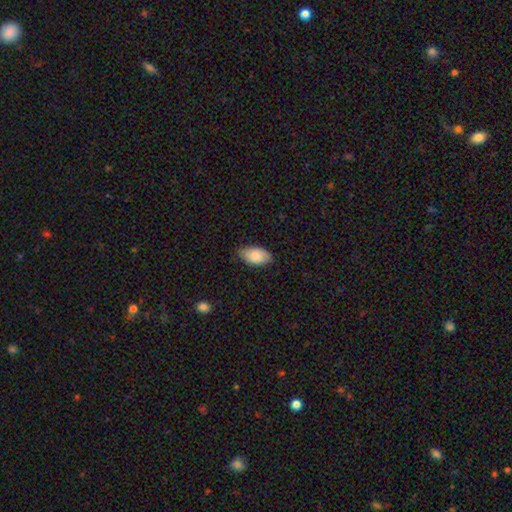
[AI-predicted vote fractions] Smooth or featured? smooth (85%)
How rounded? in between (95%)
Merging? none (78%)